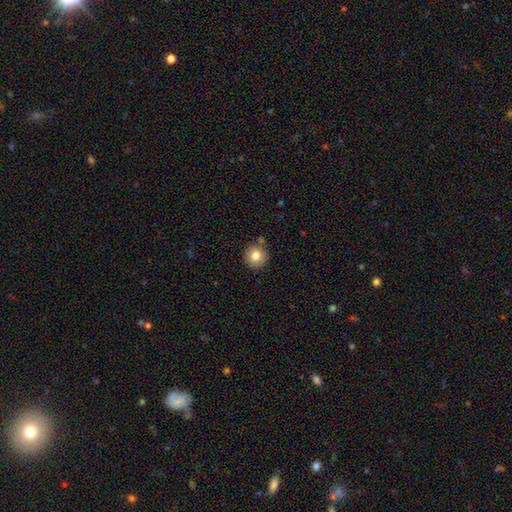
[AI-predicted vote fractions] Smooth or featured? Predicted: smooth (p=0.81). How rounded? Predicted: round (p=0.94). Merging? Predicted: none (p=0.84).